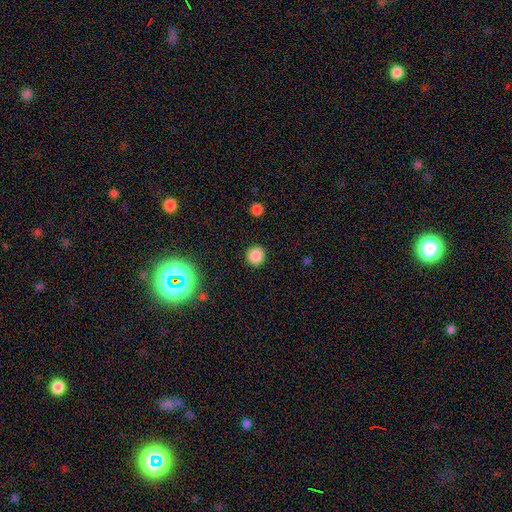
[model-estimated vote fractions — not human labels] Overall: smooth (83%). How rounded: round (93%). Merging: none (91%).